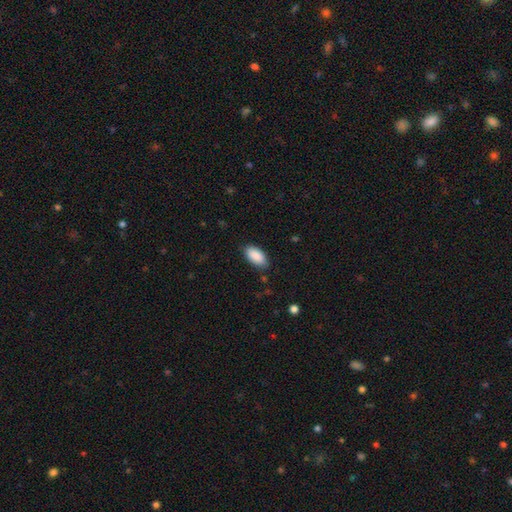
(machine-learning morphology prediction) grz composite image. It shows a smooth galaxy with no disk features (90%) that is in between round and cigar-shaped (95%). Merging: none (85%).